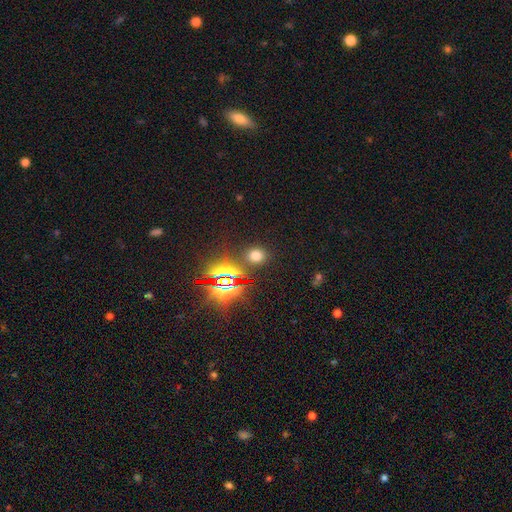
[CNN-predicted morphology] Smooth or featured: smooth — 62% (star or artifact — 32%)
How rounded: round — 68% (in between — 31%)
Merging: none — 84% (minor disturbance — 8%)